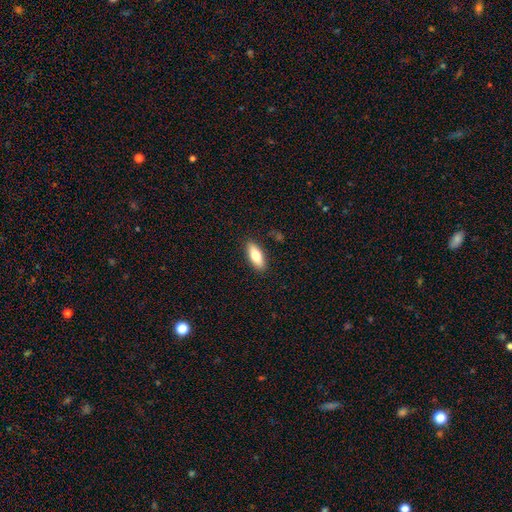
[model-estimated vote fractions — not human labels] Smooth or featured?
  - smooth: 73% *
  - featured or disk: 21%
  - star or artifact: 6%
How rounded?
  - in between: 70% *
  - cigar-shaped: 27%
  - round: 2%
Merging?
  - none: 88% *
  - minor disturbance: 9%
  - major disturbance: 2%
  - merger: 1%